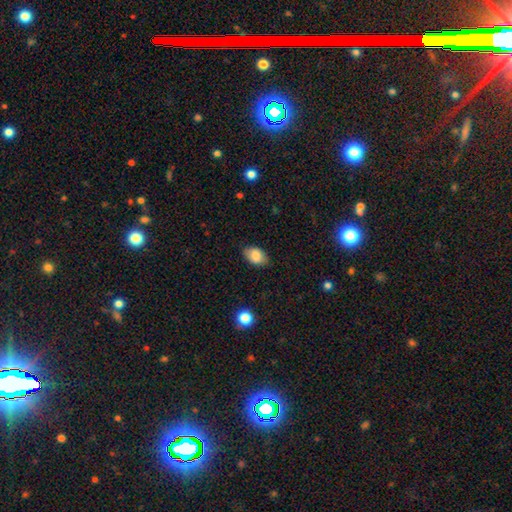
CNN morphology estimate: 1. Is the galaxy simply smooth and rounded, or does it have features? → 83% smooth, 9% featured or disk, 8% star or artifact.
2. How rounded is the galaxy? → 87% in between, 12% round, 1% cigar-shaped.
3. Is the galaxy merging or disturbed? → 83% none, 13% minor disturbance, 3% major disturbance, 1% merger.